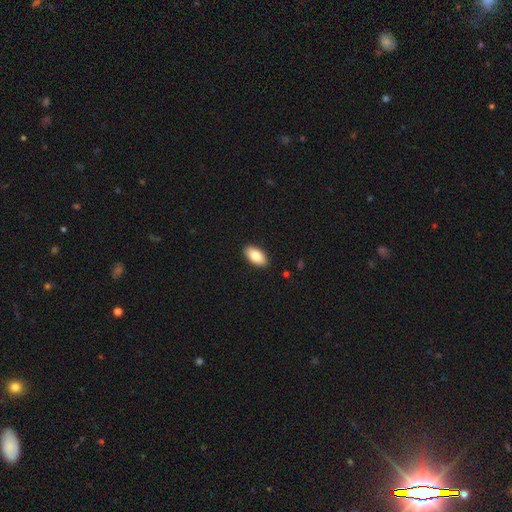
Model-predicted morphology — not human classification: Q: Smooth or featured?
A: smooth (83%); runner-up: featured or disk (11%)
Q: How rounded?
A: in between (93%); runner-up: cigar-shaped (4%)
Q: Merging?
A: none (90%); runner-up: minor disturbance (7%)